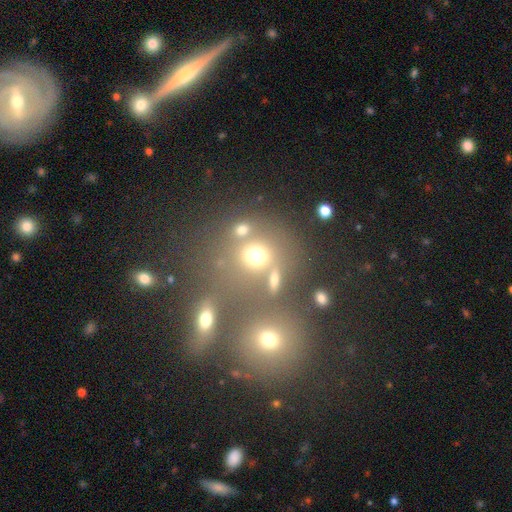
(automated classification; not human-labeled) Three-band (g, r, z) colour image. It shows a smooth galaxy with no disk features (67%) that is round (73%). Merging: none (54%).